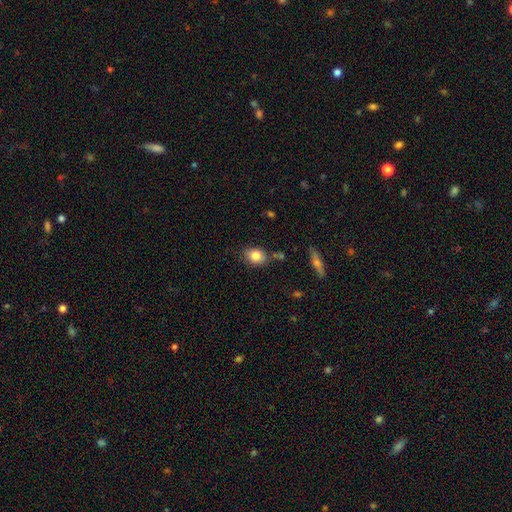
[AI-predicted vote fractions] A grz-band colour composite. It shows a smooth galaxy with no disk features (81%) that is in between round and cigar-shaped (66%). Merging: none (76%).